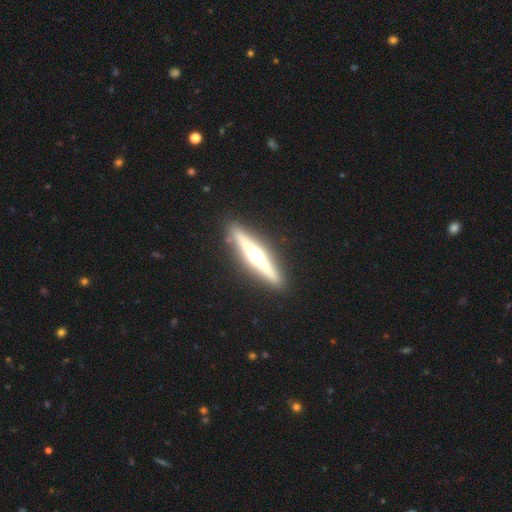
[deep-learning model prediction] Smooth or featured: featured or disk — 72% (smooth — 23%)
Edge-on disk: yes — 97% (no — 3%)
Edge-on bulge: rounded — 93% (boxy — 3%)
Merging: none — 91% (minor disturbance — 6%)